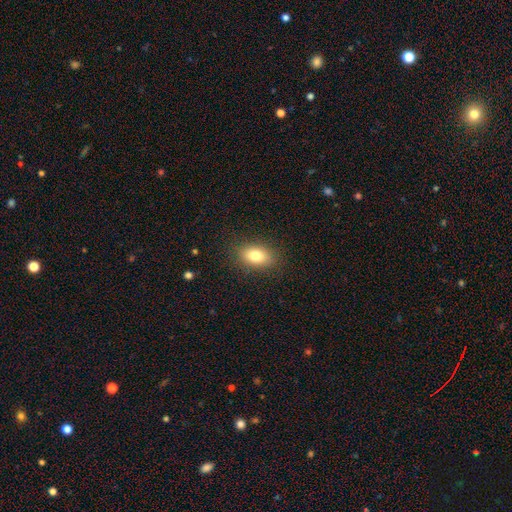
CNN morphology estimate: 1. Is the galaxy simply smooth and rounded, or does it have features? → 81% smooth, 10% featured or disk, 9% star or artifact.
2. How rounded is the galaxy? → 85% in between, 13% round, 3% cigar-shaped.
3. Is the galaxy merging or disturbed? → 87% none, 10% minor disturbance, 3% major disturbance, 1% merger.